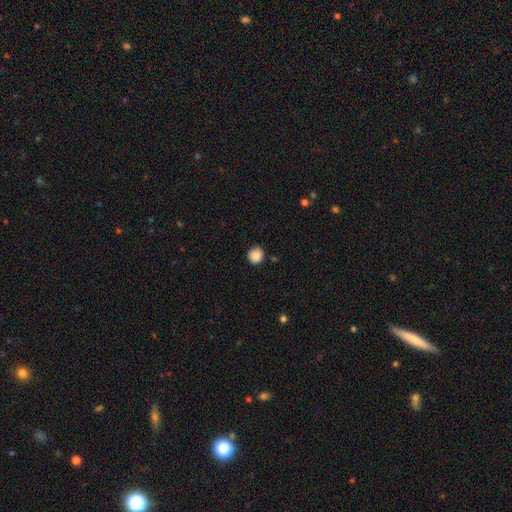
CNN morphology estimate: This is clearly a smooth galaxy (88%). How rounded: clearly round (89%). Merging: clearly none (88%).